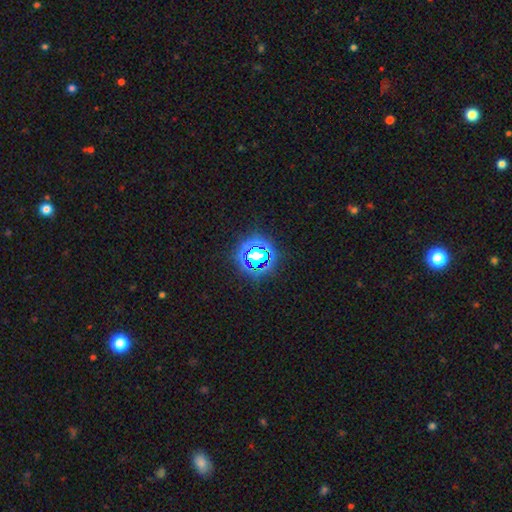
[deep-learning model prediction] Smooth or featured: star or artifact — 65% (smooth — 23%)